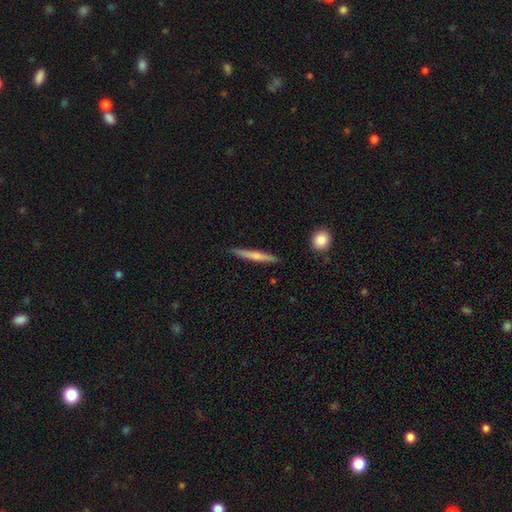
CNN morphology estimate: This appears to be a smooth galaxy with no disk features (55%) that is cigar-shaped (94%). Merging: none (87%).